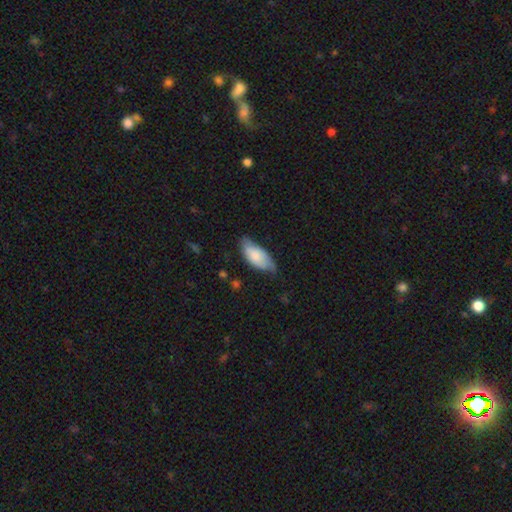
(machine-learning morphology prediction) A smooth galaxy with no disk features (75%) that is in between round and cigar-shaped (88%). Merging: none (53%).